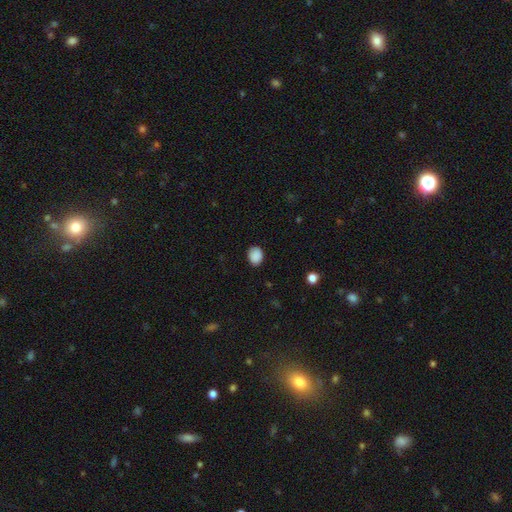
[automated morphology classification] Smooth or featured: smooth — 89% (star or artifact — 8%)
How rounded: round — 50% (in between — 49%)
Merging: none — 84% (minor disturbance — 12%)